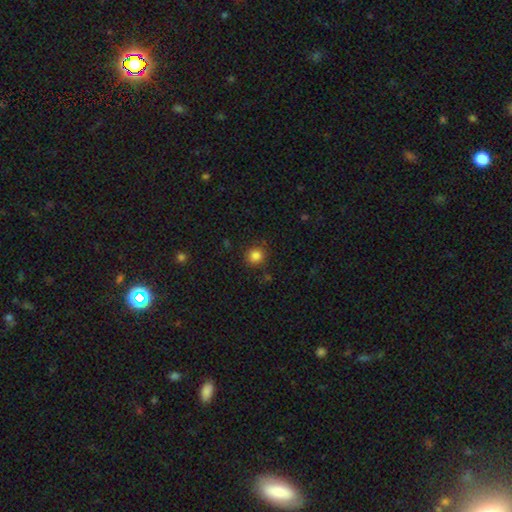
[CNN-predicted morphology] Smooth or featured? Predicted: smooth (p=0.84). How rounded? Predicted: round (p=0.90). Merging? Predicted: none (p=0.86).